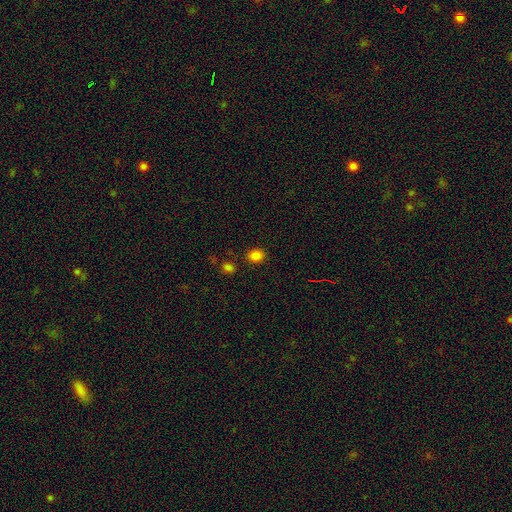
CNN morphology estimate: Smooth or featured: smooth — 83% (star or artifact — 13%)
How rounded: round — 62% (in between — 37%)
Merging: none — 86% (minor disturbance — 8%)